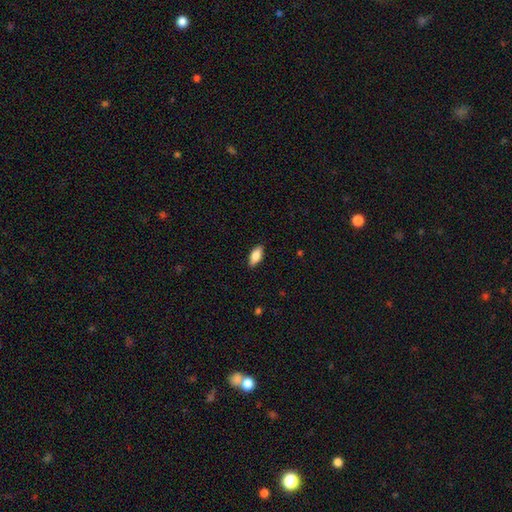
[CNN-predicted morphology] smooth 82%, featured or disk 12%, star or artifact 6%. Down the decision tree: how rounded — in between (87%); merging — none (89%).